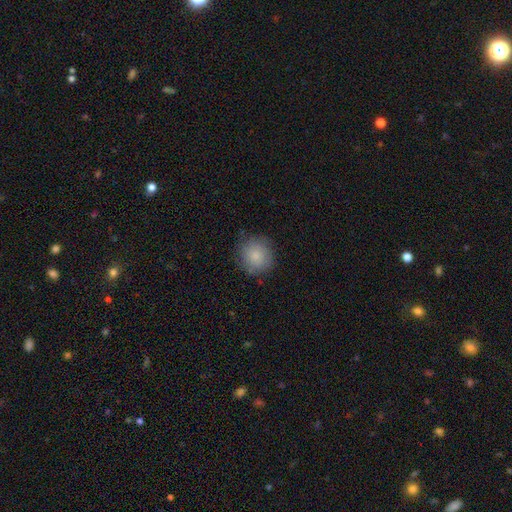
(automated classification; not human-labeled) The model was most divided on "merging": none: 82%, minor disturbance: 13%, major disturbance: 4%, merger: 1%. More confident: how rounded — round (91%); smooth or featured — smooth (84%).